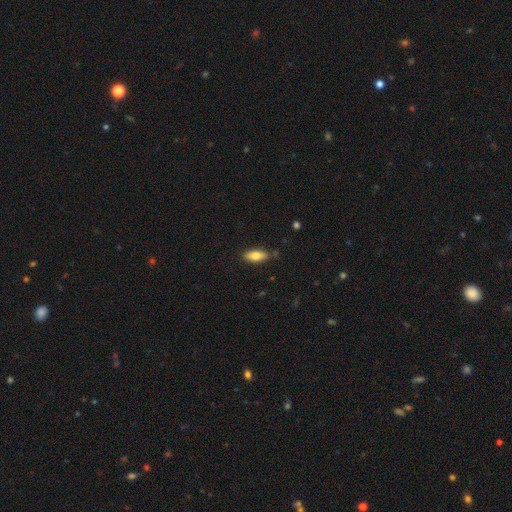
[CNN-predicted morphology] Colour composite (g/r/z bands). It shows a smooth galaxy with no disk features (75%) that is in between round and cigar-shaped (76%). Merging: none (81%).